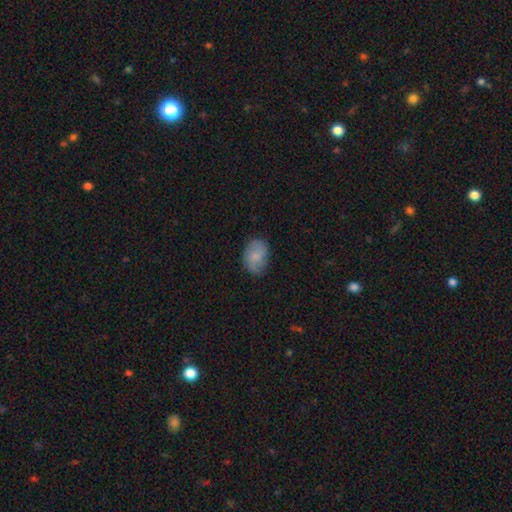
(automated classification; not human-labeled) Smooth or featured? Predicted: smooth (p=0.76). How rounded? Predicted: in between (p=0.79). Merging? Predicted: none (p=0.75).